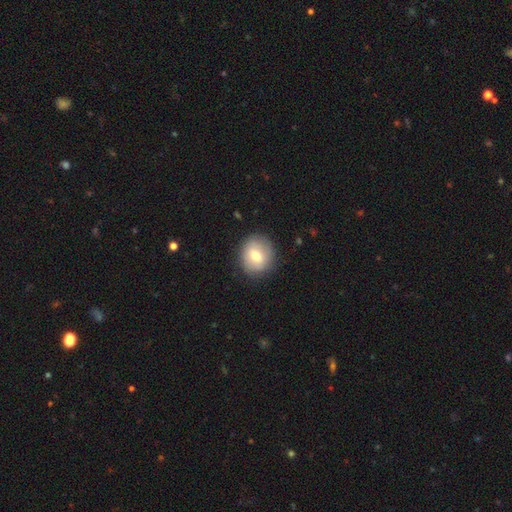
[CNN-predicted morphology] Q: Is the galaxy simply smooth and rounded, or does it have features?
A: smooth — 65%.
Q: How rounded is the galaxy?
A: round — 80%.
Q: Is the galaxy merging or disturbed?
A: none — 85%.